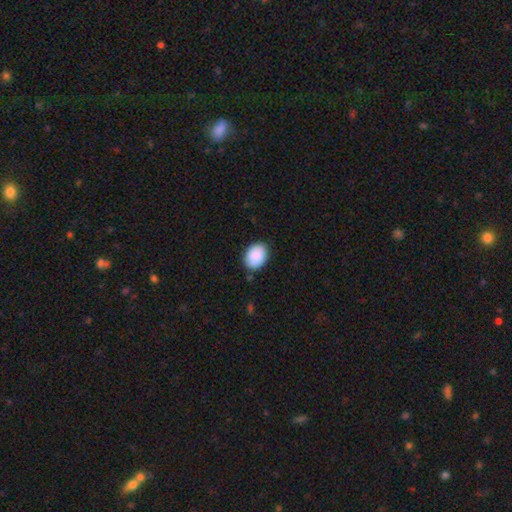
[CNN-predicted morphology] type=smooth (90%); roundness=in between (65%); merging=none (85%).